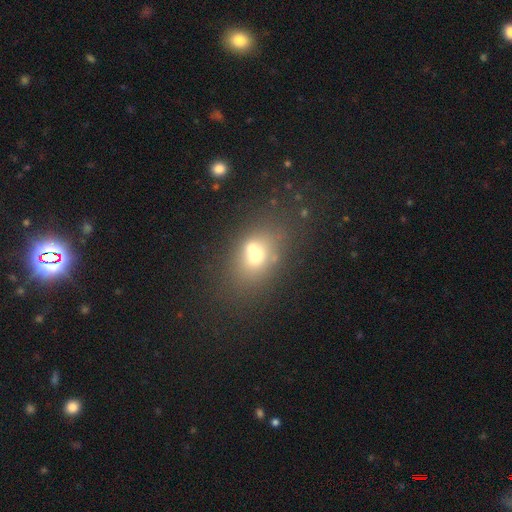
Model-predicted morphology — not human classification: smooth 60%, featured or disk 25%, star or artifact 15%. Down the decision tree: how rounded — in between (60%); merging — merger (47%).